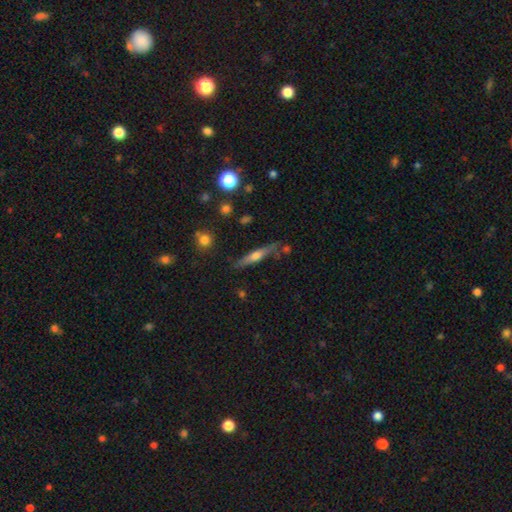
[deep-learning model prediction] Q: Smooth or featured?
A: featured or disk (52%); runner-up: smooth (41%)
Q: Edge-on disk?
A: yes (93%); runner-up: no (7%)
Q: Merging?
A: none (74%); runner-up: minor disturbance (16%)